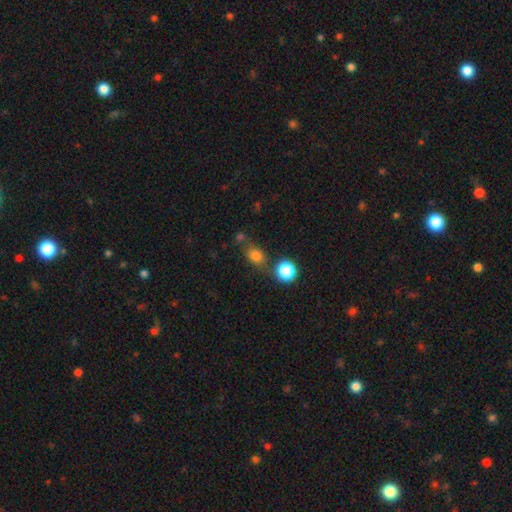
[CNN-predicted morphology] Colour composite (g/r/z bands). It shows a smooth galaxy with no disk features (77%) that is in between round and cigar-shaped (57%). Merging: none (60%).